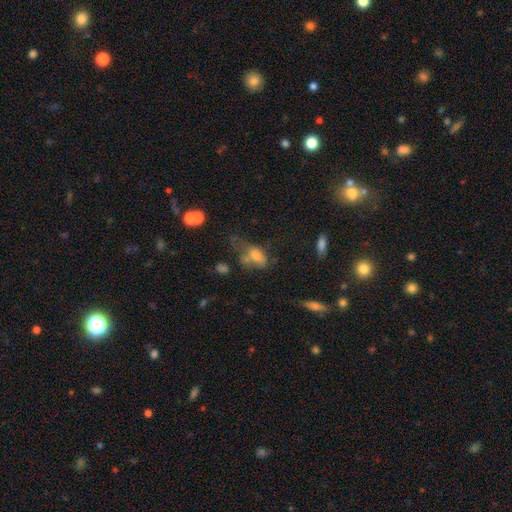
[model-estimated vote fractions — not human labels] The model was most divided on "merging": major disturbance: 31%, none: 26%, minor disturbance: 24%, merger: 20%. More confident: how rounded — in between (81%); smooth or featured — smooth (63%).